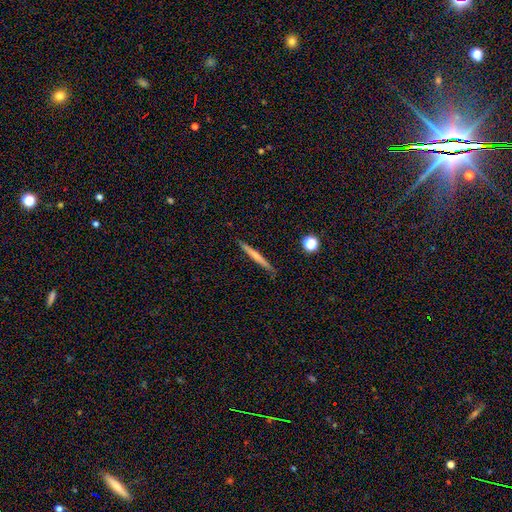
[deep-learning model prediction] smooth_or_featured: smooth (p=0.49) [alt: featured or disk p=0.44]
merging: none (p=0.88) [alt: minor disturbance p=0.09]